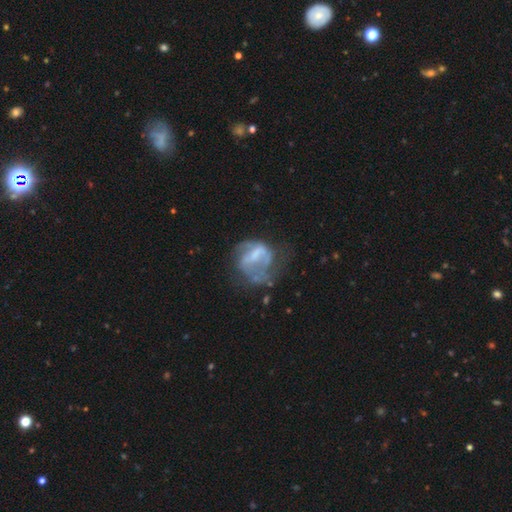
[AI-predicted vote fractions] smooth-or-featured: featured or disk: 62% | smooth: 28% | star or artifact: 10%
  disk-edge-on: no: 97% | yes: 3%
    bar: no: 39% | weak: 37% | strong: 24%
    has-spiral-arms: no: 60% | yes: 40%
    bulge-size: none: 40% | small: 27% | moderate: 26% | large: 6% | dominant: 1%
  merging: major disturbance: 37% | none: 35% | minor disturbance: 22% | merger: 6%